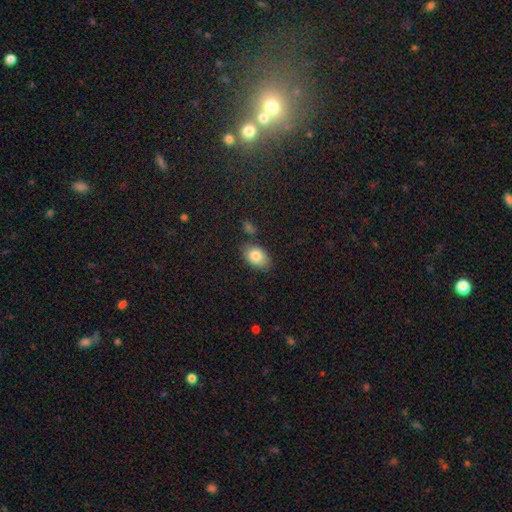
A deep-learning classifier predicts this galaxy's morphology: Smooth or featured? Predicted: smooth (p=0.83). How rounded? Predicted: in between (p=0.87). Merging? Predicted: none (p=0.75).